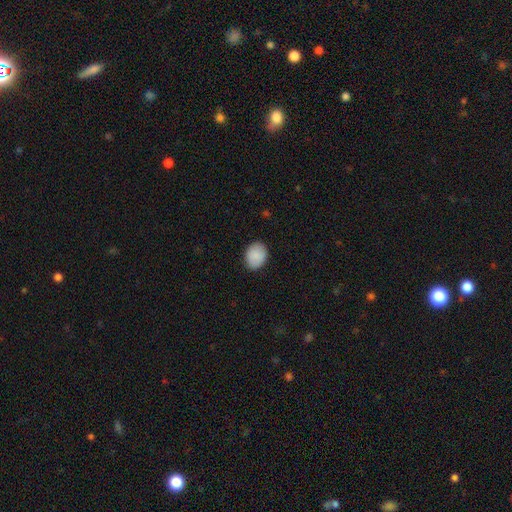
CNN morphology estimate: Overall: smooth (89%). How rounded: in between (58%; round 41%). Merging: none (86%).